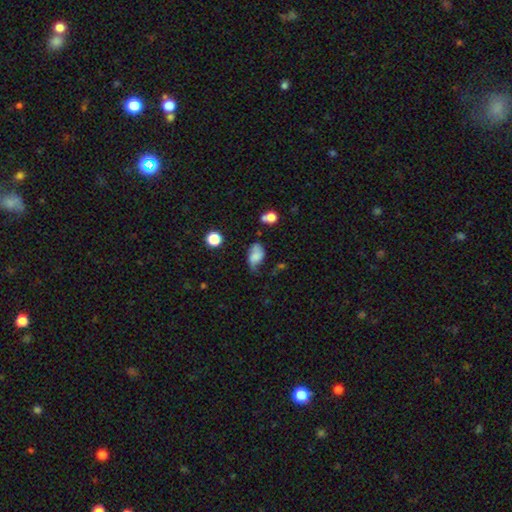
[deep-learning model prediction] smooth_or_featured: smooth (p=0.63) [alt: featured or disk p=0.25]
how_rounded: in between (p=0.86) [alt: round p=0.12]
merging: none (p=0.38) [tied with: minor disturbance p=0.38]